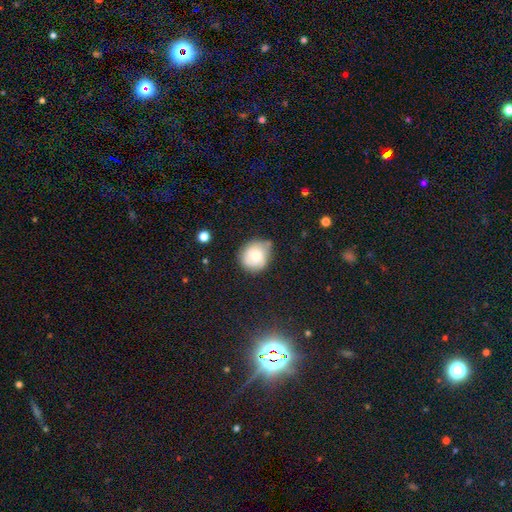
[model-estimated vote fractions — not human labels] Smooth or featured? smooth (64%)
How rounded? round (83%)
Merging? none (58%)